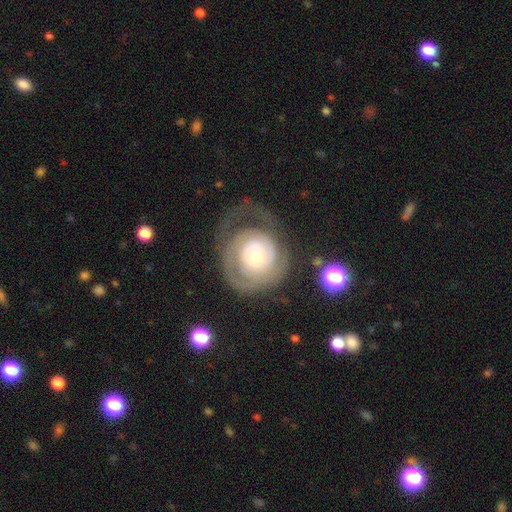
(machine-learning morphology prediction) Smooth or featured? Predicted: featured or disk (p=0.74). Edge-on disk? Predicted: no (p=0.97). Bar? Predicted: no (p=0.79). Spiral arms? Predicted: yes (p=0.85). Spiral winding? Predicted: tight (p=0.67). Spiral arm count? Predicted: 2 (p=0.29, tied with 1 and can't tell). Bulge size? Predicted: small (p=0.43). Merging? Predicted: none (p=0.47).